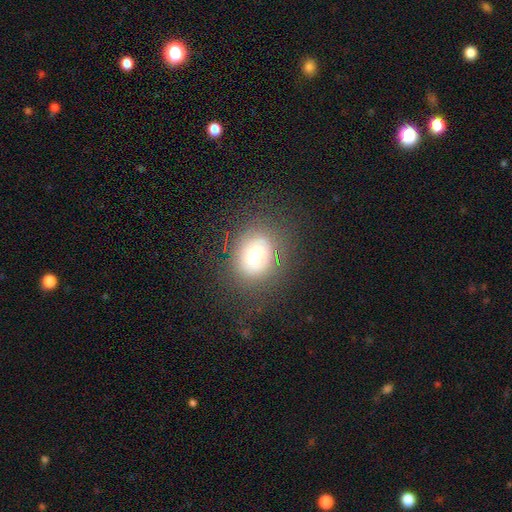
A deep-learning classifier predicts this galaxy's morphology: The model was most divided on "how rounded": round: 63%, in between: 36%, cigar-shaped: 1%. More confident: merging — none (76%); smooth or featured — smooth (65%).